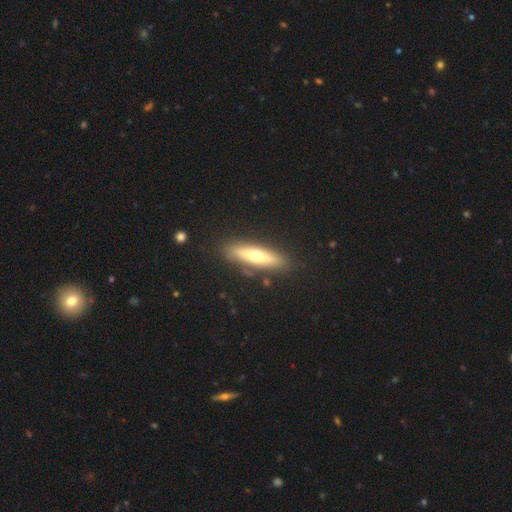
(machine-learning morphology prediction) This is possibly a smooth galaxy (50%). Merging: clearly none (85%).